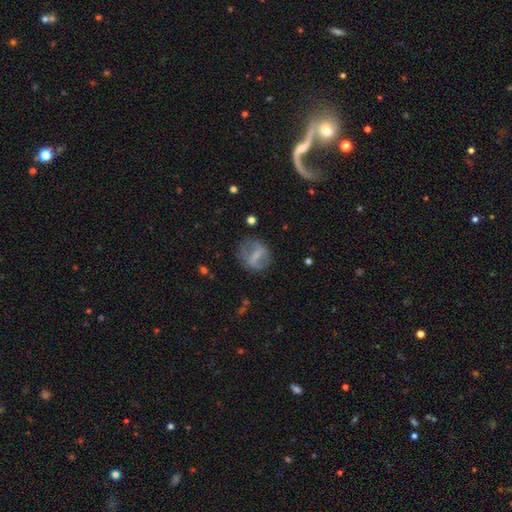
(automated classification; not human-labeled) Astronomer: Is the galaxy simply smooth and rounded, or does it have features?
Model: featured or disk — 54% (runner-up: smooth, 37%).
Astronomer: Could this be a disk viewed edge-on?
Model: no — 92%.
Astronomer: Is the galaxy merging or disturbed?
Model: none — 70%.